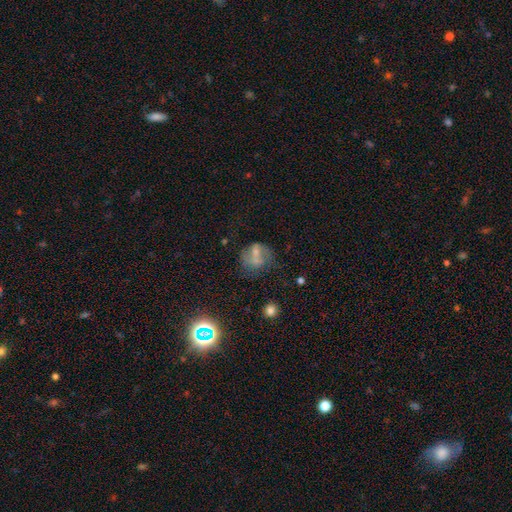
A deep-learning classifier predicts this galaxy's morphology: type=smooth (47%); merging=none (38%).